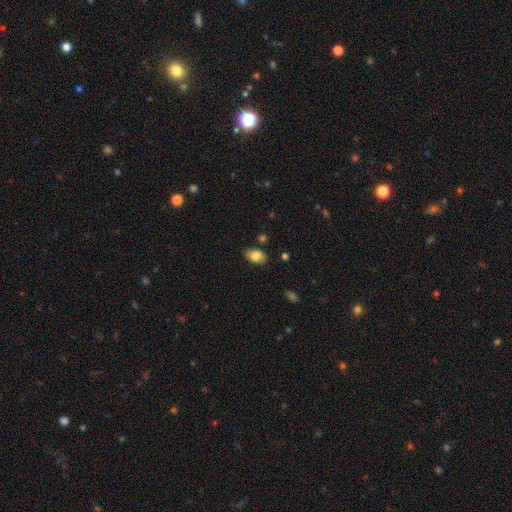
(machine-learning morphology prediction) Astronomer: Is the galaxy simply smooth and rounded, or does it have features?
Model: smooth — 83%.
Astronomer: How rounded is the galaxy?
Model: in between — 86%.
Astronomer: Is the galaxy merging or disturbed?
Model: none — 84%.